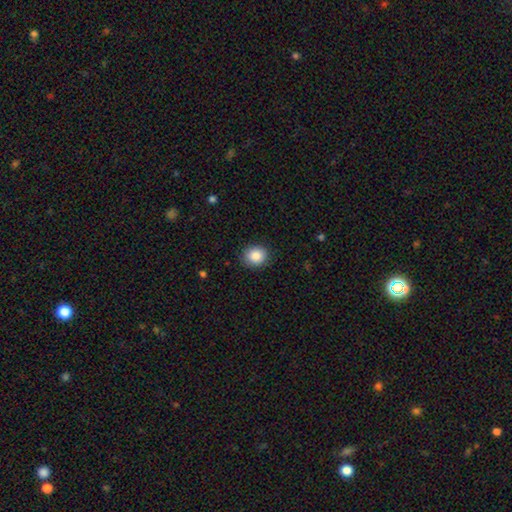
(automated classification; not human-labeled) Q: Smooth or featured?
A: smooth (86%); runner-up: star or artifact (9%)
Q: How rounded?
A: round (72%); runner-up: in between (27%)
Q: Merging?
A: none (88%); runner-up: minor disturbance (9%)